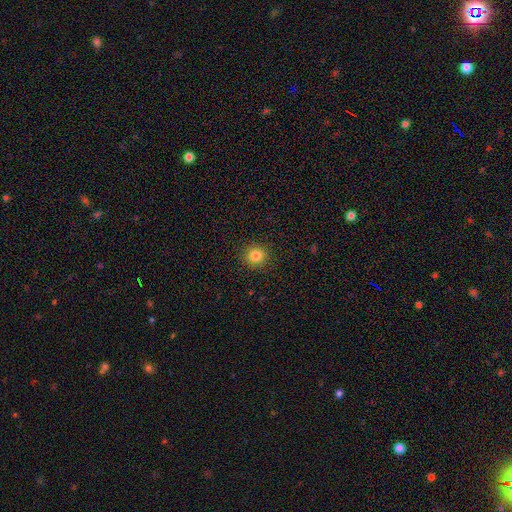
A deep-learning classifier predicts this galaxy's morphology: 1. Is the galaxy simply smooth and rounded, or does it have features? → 84% smooth, 12% star or artifact, 5% featured or disk.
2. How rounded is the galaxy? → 92% round, 7% in between, 1% cigar-shaped.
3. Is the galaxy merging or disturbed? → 92% none, 5% minor disturbance, 2% major disturbance, 1% merger.